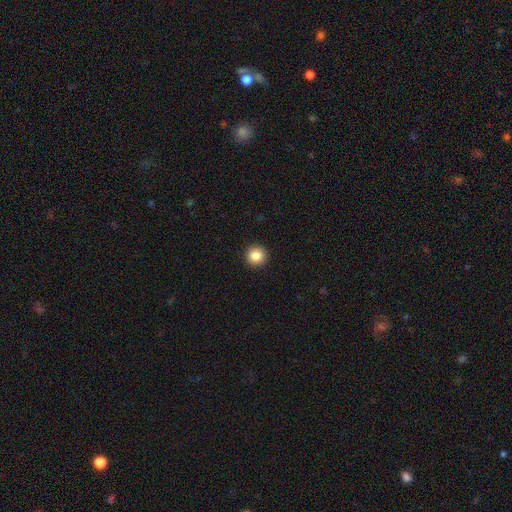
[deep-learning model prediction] smooth-or-featured: smooth: 85% | star or artifact: 10% | featured or disk: 5%
  how-rounded: round: 95% | in between: 4% | cigar-shaped: 1%
  merging: none: 94% | minor disturbance: 4% | major disturbance: 1% | merger: 1%